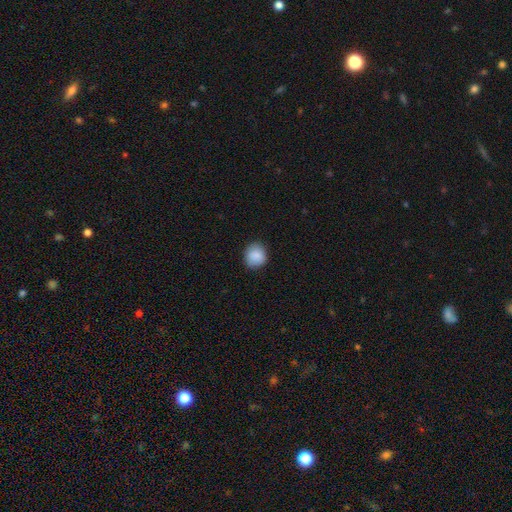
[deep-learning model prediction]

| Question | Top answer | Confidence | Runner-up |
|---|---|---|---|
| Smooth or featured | smooth | 88% | star or artifact (7%) |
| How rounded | round | 80% | in between (19%) |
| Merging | none | 84% | minor disturbance (12%) |